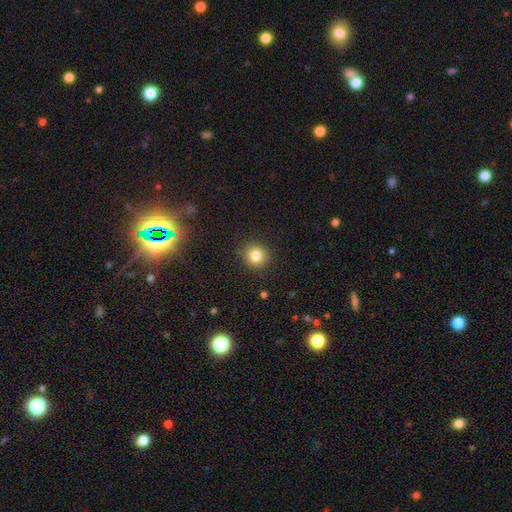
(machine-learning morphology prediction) smooth 82%, star or artifact 11%, featured or disk 7%. Down the decision tree: how rounded — round (91%); merging — none (90%).